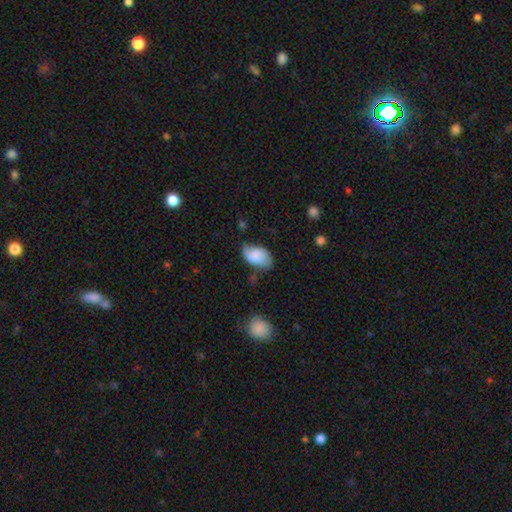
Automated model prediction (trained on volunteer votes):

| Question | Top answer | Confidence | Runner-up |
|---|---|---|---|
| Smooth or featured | smooth | 67% | featured or disk (24%) |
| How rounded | in between | 92% | round (7%) |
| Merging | none | 52% | minor disturbance (35%) |